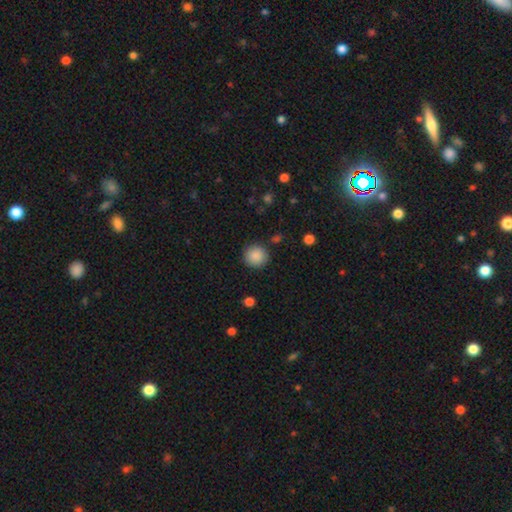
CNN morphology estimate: smooth 87%, star or artifact 8%, featured or disk 4%. Down the decision tree: how rounded — round (94%); merging — none (89%).